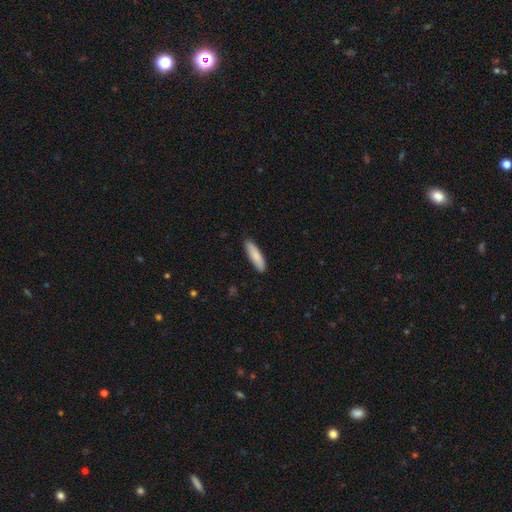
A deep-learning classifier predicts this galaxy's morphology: The model was most divided on "how rounded": cigar-shaped: 66%, in between: 33%, round: 1%. More confident: merging — none (89%); smooth or featured — smooth (86%).